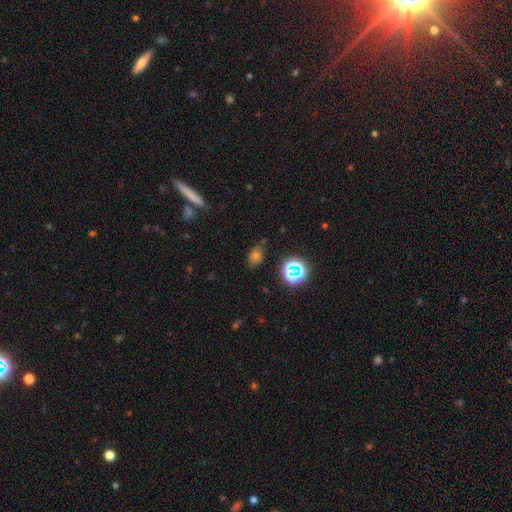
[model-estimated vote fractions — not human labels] smooth 52%, star or artifact 35%, featured or disk 13%. Down the decision tree: how rounded — in between (59%); merging — none (74%).